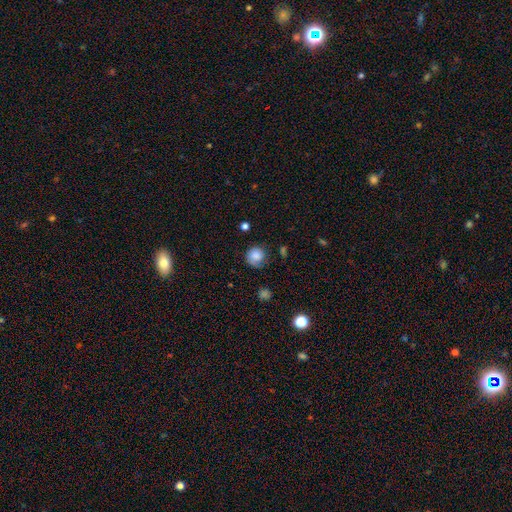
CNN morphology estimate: This appears to be a smooth galaxy with no disk features (73%) that is round (87%). Merging: none (63%).